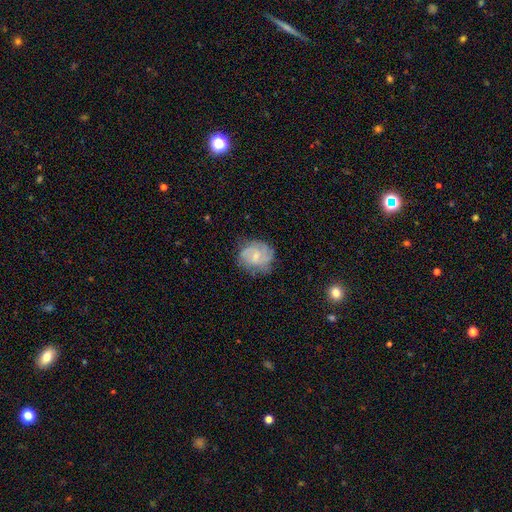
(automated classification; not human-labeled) featured or disk 70%, smooth 23%, star or artifact 7%. Down the decision tree: edge-on disk — no (98%); bar — no (47%); spiral arms — yes (91%); spiral arm count — 2 (46%); spiral winding — tight (48%); bulge size — small (59%); merging — none (70%).